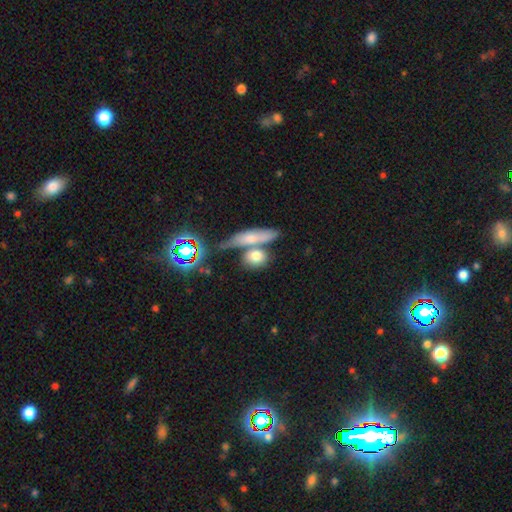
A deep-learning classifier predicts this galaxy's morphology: smooth-or-featured: smooth: 72% | featured or disk: 16% | star or artifact: 11%
  how-rounded: in between: 47% | round: 36% | cigar-shaped: 17%
  merging: none: 53% | merger: 30% | minor disturbance: 11% | major disturbance: 5%